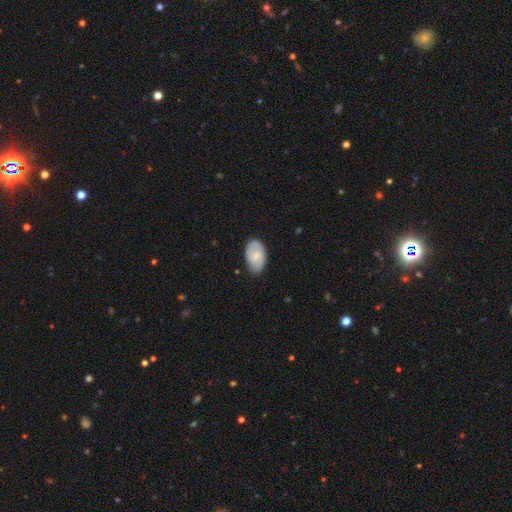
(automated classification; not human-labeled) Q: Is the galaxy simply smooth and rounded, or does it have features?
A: smooth — 59%.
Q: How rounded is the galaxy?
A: in between — 92%.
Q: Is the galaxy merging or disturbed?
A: none — 75%.